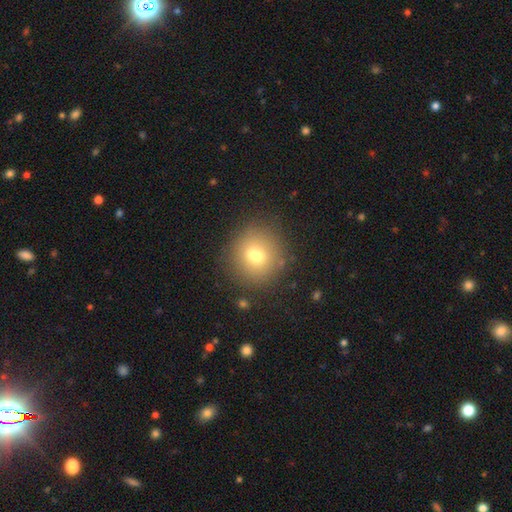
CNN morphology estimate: smooth-or-featured: smooth: 69% | featured or disk: 18% | star or artifact: 13%
  how-rounded: round: 87% | in between: 12% | cigar-shaped: 1%
  merging: none: 68% | merger: 16% | minor disturbance: 11% | major disturbance: 4%